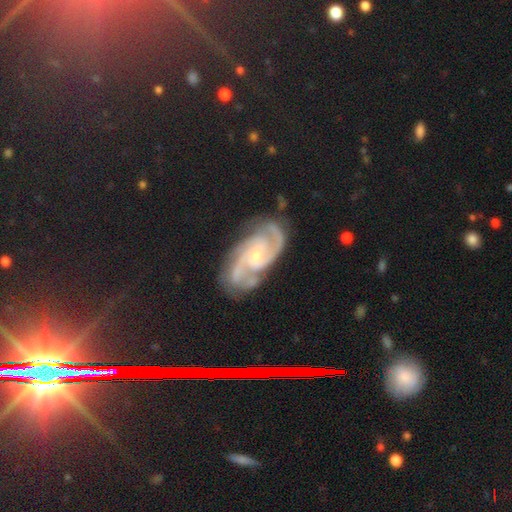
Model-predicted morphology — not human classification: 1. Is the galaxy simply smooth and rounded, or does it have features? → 89% featured or disk, 7% star or artifact, 4% smooth.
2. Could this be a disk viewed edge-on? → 97% no, 3% yes.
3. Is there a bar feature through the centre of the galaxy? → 50% no, 38% weak, 12% strong.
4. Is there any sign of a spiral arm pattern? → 98% yes, 2% no.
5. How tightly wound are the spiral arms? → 49% medium, 42% tight, 9% loose.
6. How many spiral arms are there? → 66% 2, 18% 3, 6% can't tell, 4% 4, 3% 1, 3% more than 4.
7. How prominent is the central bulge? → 73% small, 21% moderate, 4% none, 2% large, 1% dominant.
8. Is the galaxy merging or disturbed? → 73% none, 18% minor disturbance, 6% major disturbance, 2% merger.